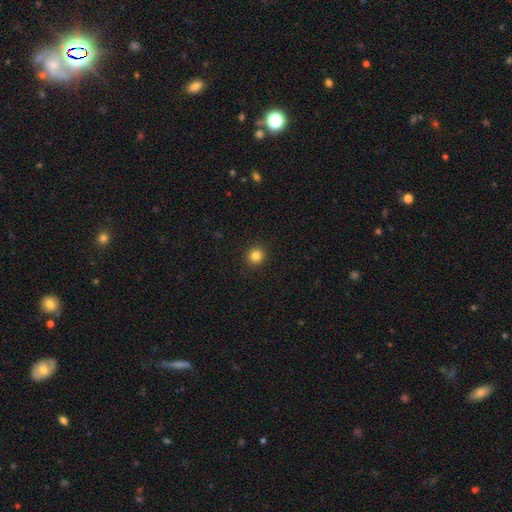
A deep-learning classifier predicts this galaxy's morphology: This is clearly a smooth galaxy (84%). How rounded: clearly round (90%). Merging: clearly none (92%).